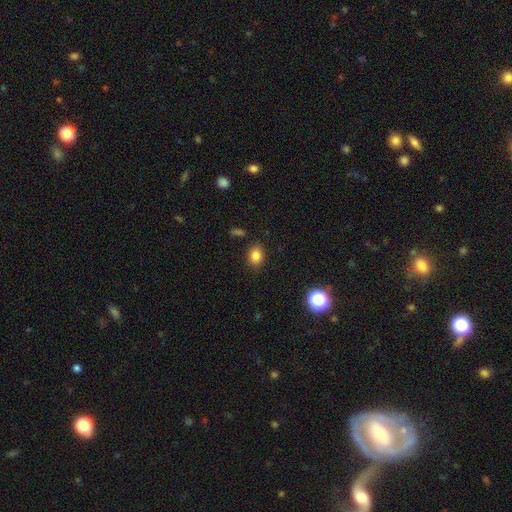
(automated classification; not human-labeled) A smooth galaxy with no disk features (82%) that is in between round and cigar-shaped (53%).

Vote fractions:
- Smooth or featured? smooth: 82% / star or artifact: 12% / featured or disk: 6%
- How rounded? in between: 53% / round: 46% / cigar-shaped: 1%
- Merging? none: 85% / minor disturbance: 10% / major disturbance: 3% / merger: 2%